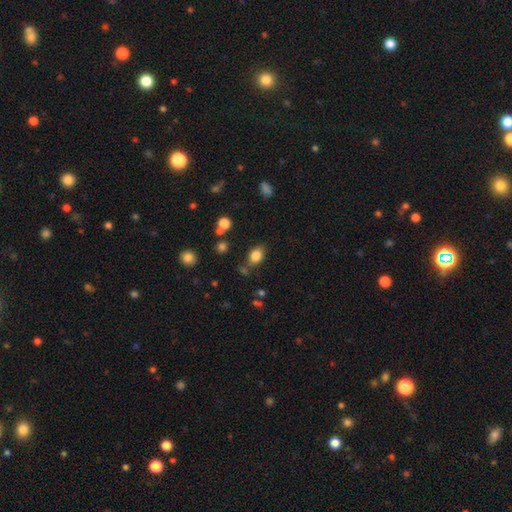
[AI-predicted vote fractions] The model was most divided on "how rounded": in between: 69%, round: 30%, cigar-shaped: 1%. More confident: smooth or featured — smooth (83%); merging — none (73%).